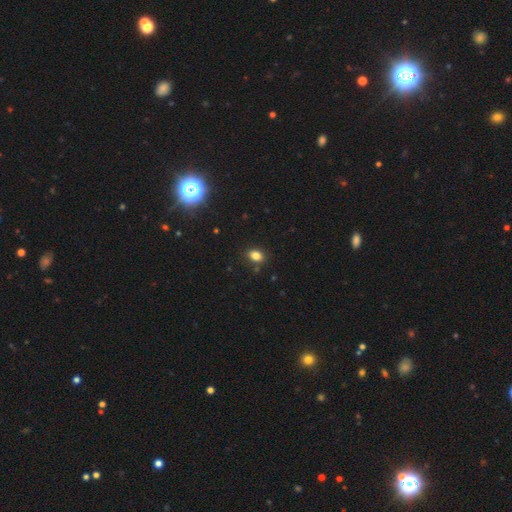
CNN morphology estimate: A smooth galaxy with no disk features (82%) that is in between round and cigar-shaped (68%).

Vote fractions:
- Smooth or featured? smooth: 82% / star or artifact: 12% / featured or disk: 6%
- How rounded? in between: 68% / round: 31% / cigar-shaped: 1%
- Merging? none: 85% / minor disturbance: 10% / merger: 3% / major disturbance: 2%